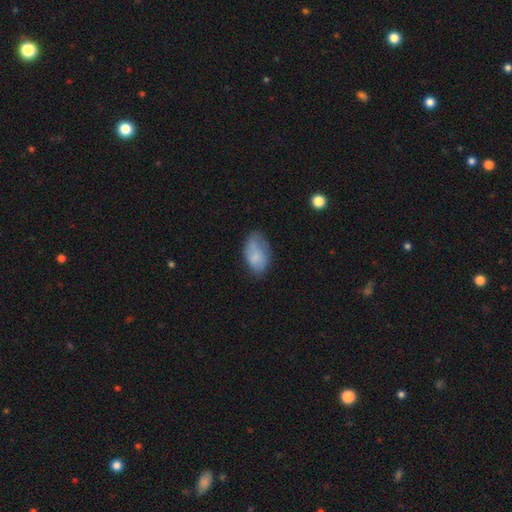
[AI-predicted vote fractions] Q: Smooth or featured?
A: smooth (75%); runner-up: featured or disk (17%)
Q: How rounded?
A: in between (92%); runner-up: round (7%)
Q: Merging?
A: none (52%); runner-up: minor disturbance (31%)